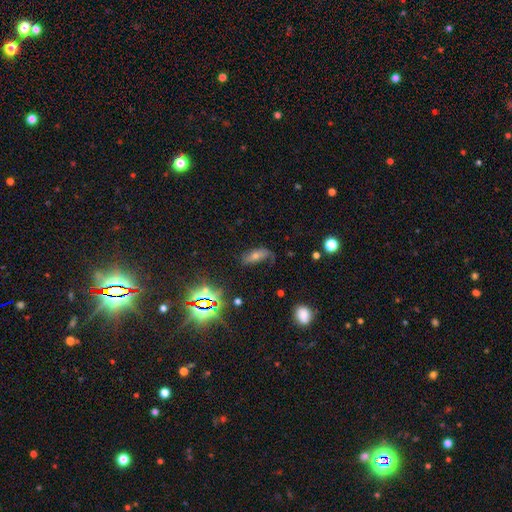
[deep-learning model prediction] The model was most divided on "smooth or featured": featured or disk: 43%, smooth: 31%, star or artifact: 27%. More confident: merging — none (53%).